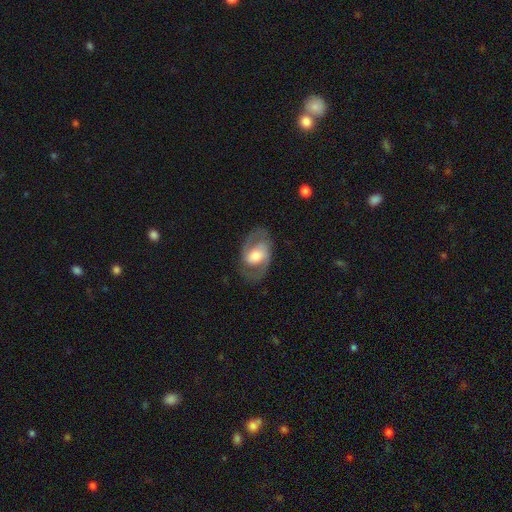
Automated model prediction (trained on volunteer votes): featured or disk 72%, smooth 22%, star or artifact 6%. Down the decision tree: edge-on disk — no (95%); bar — no (43%); spiral arms — yes (84%); spiral arm count — 2 (88%); spiral winding — medium (53%); bulge size — moderate (49%); merging — none (74%).